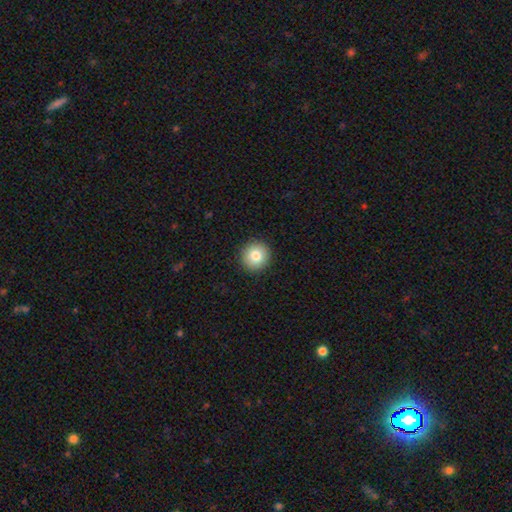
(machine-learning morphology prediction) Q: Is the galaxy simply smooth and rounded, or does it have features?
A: smooth — 81%.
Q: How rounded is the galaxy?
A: round — 94%.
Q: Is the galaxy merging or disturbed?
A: none — 92%.